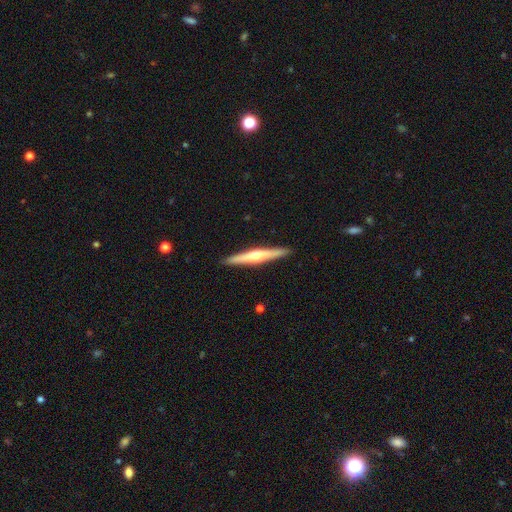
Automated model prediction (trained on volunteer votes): A featured or disk galaxy (65%) viewed edge-on (97%) with a rounded central bulge (86%).

Vote fractions:
- Smooth or featured? featured or disk: 65% / smooth: 30% / star or artifact: 5%
- Edge-on disk? yes: 97% / no: 3%
- Edge-on bulge? rounded: 86% / none: 9% / boxy: 5%
- Merging? none: 91% / minor disturbance: 6% / major disturbance: 1% / merger: 1%